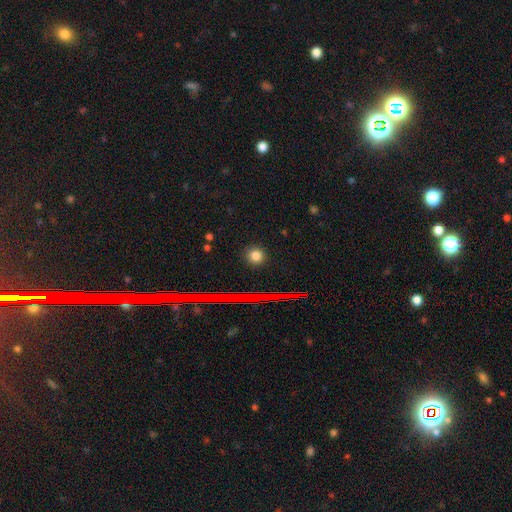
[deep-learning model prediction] The model was most divided on "smooth or featured": smooth: 80%, star or artifact: 14%, featured or disk: 6%. More confident: how rounded — round (92%); merging — none (91%).